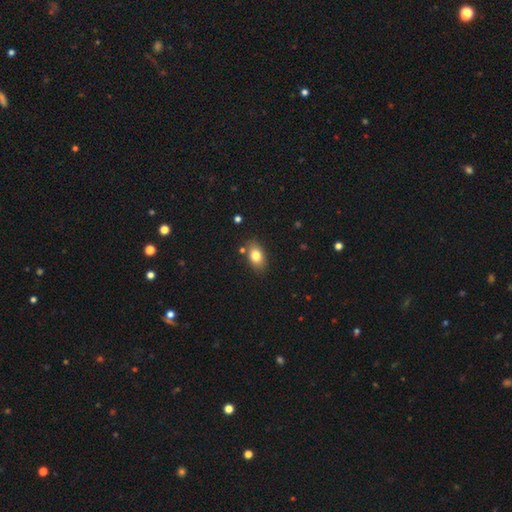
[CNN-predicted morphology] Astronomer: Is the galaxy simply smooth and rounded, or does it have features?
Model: smooth — 80%.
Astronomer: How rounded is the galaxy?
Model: in between — 83%.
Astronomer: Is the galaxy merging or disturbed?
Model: none — 81%.